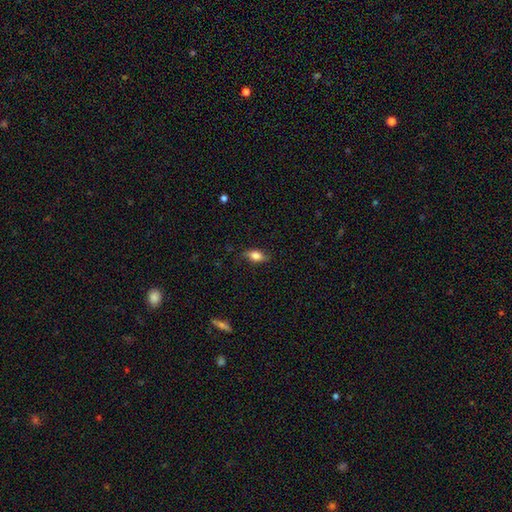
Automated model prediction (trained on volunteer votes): smooth-or-featured: smooth: 75% | featured or disk: 17% | star or artifact: 8%
  how-rounded: in between: 83% | cigar-shaped: 11% | round: 7%
  merging: none: 78% | minor disturbance: 17% | major disturbance: 4% | merger: 1%